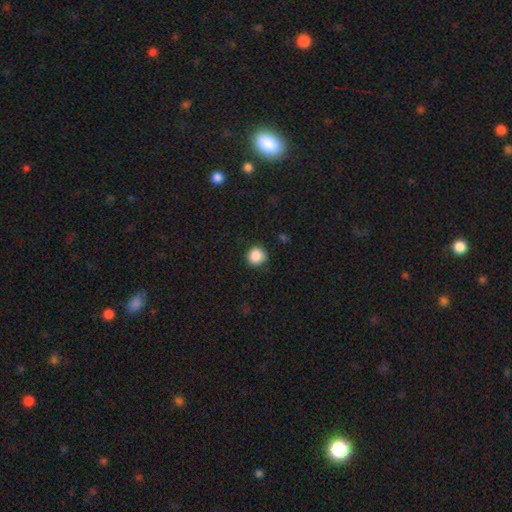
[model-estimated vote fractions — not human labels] This appears to be a smooth galaxy with no disk features (88%) that is round (93%). Merging: none (87%).